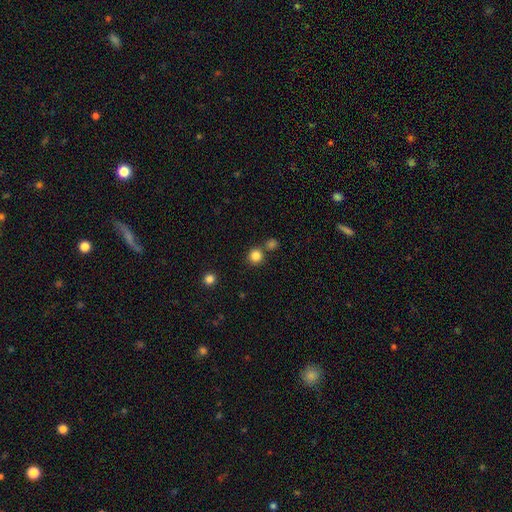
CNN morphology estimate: Smooth or featured? Predicted: smooth (p=0.83). How rounded? Predicted: round (p=0.93). Merging? Predicted: none (p=0.76).